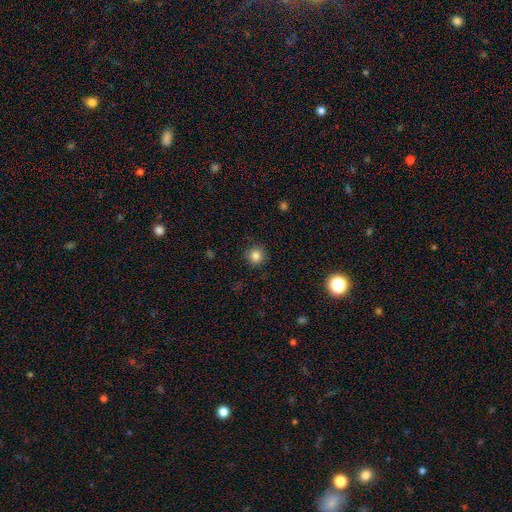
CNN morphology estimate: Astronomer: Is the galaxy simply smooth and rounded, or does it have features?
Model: smooth — 84%.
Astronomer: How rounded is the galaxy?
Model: round — 94%.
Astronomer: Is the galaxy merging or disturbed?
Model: none — 89%.